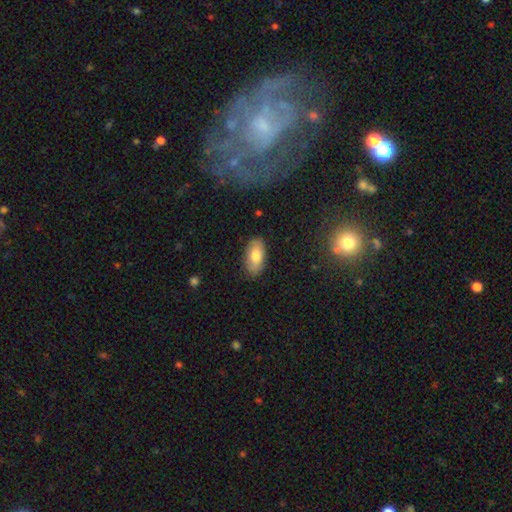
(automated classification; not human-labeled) Smooth or featured? smooth (78%)
How rounded? in between (93%)
Merging? none (84%)